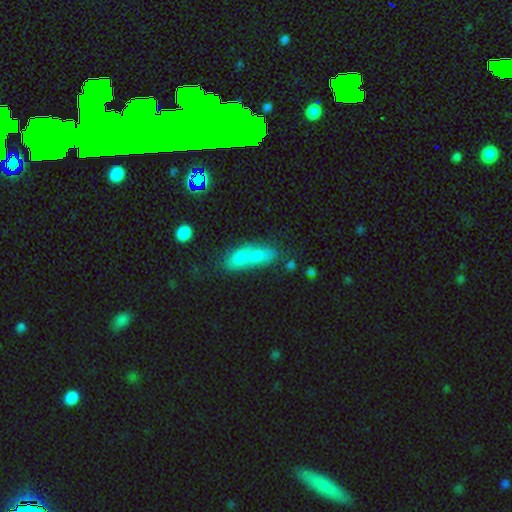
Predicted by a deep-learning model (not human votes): smooth-or-featured: smooth: 62% | featured or disk: 24% | star or artifact: 14%
  how-rounded: in between: 64% | round: 18% | cigar-shaped: 18%
  merging: merger: 70% | none: 19% | minor disturbance: 7% | major disturbance: 4%